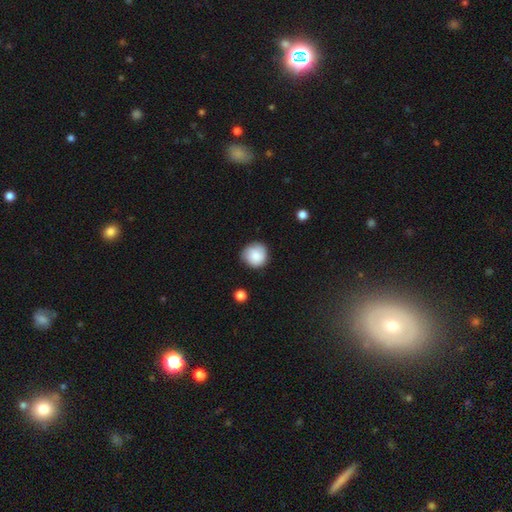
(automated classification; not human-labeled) Morphology: type=smooth (75%); roundness=round (92%); merging=none (78%).